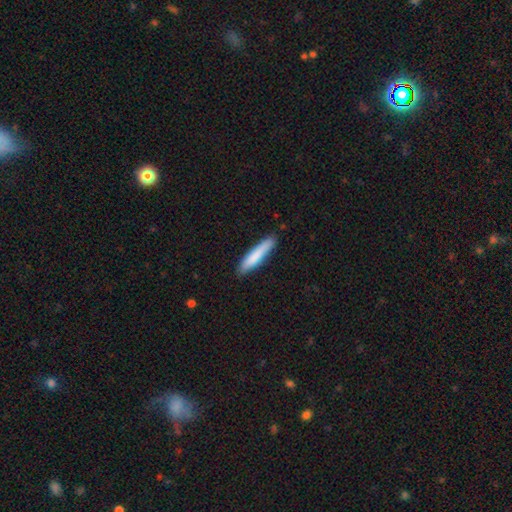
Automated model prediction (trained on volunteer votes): This is clearly a smooth galaxy (81%). How rounded: clearly cigar-shaped (88%). Merging: clearly none (85%).